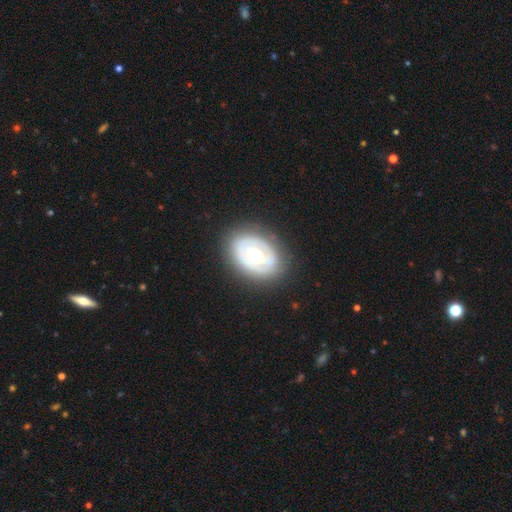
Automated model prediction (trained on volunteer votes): Q: Smooth or featured?
A: featured or disk (63%); runner-up: smooth (31%)
Q: Edge-on disk?
A: no (93%); runner-up: yes (7%)
Q: Bar?
A: no (69%); runner-up: weak (20%)
Q: Spiral arms?
A: no (82%); runner-up: yes (18%)
Q: Bulge size?
A: moderate (57%); runner-up: large (36%)
Q: Merging?
A: none (79%); runner-up: minor disturbance (14%)